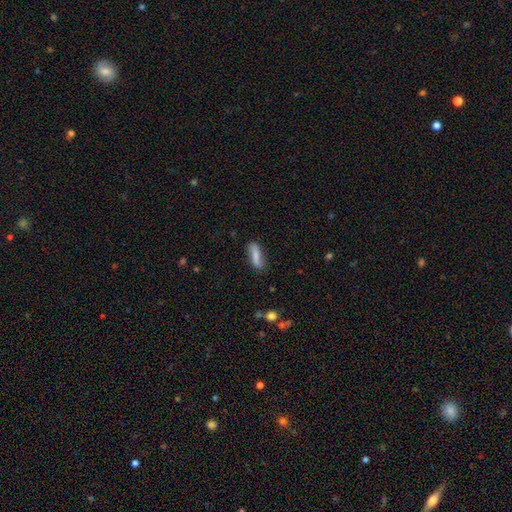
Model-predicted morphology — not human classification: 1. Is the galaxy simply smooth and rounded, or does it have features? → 76% smooth, 17% featured or disk, 7% star or artifact.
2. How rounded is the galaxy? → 57% cigar-shaped, 41% in between, 2% round.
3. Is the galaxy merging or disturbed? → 78% none, 16% minor disturbance, 4% major disturbance, 2% merger.